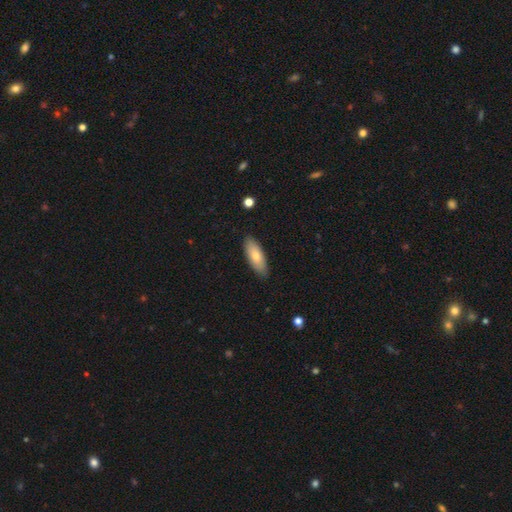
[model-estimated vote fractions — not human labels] Overall: smooth (75%). How rounded: in between (71%). Merging: none (87%).